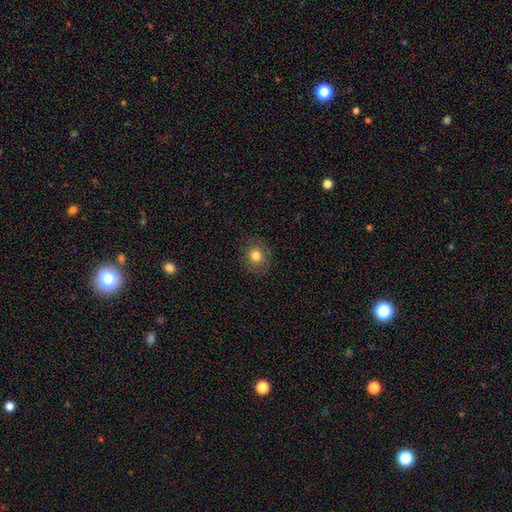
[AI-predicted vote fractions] This appears to be a smooth galaxy with no disk features (78%) that is round (82%). Merging: none (87%).